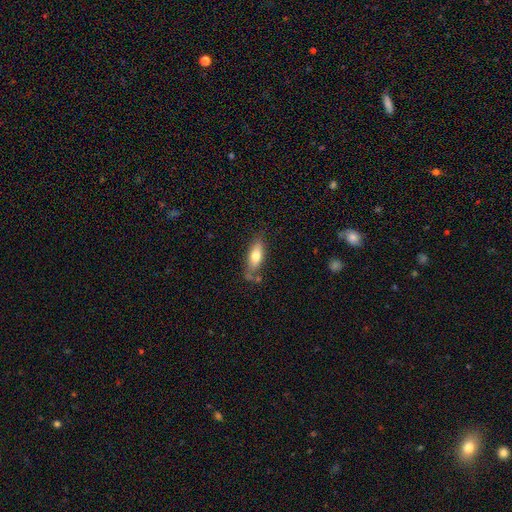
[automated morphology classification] Overall: smooth (72%). How rounded: in between (70%). Merging: none (64%).